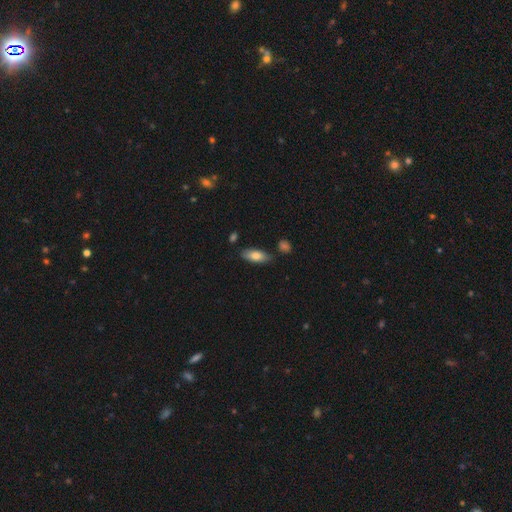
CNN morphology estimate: The model was most divided on "how rounded": in between: 79%, cigar-shaped: 19%, round: 2%. More confident: merging — none (81%); smooth or featured — smooth (77%).